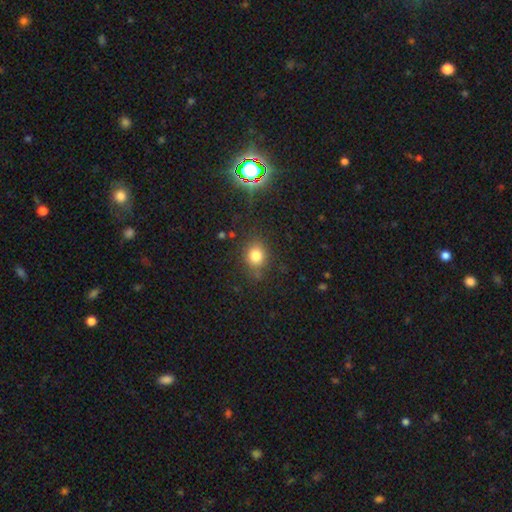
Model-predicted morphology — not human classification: A smooth galaxy with no disk features (78%) that is round (69%).

Vote fractions:
- Smooth or featured? smooth: 78% / star or artifact: 15% / featured or disk: 7%
- How rounded? round: 69% / in between: 30% / cigar-shaped: 1%
- Merging? none: 79% / minor disturbance: 14% / major disturbance: 5% / merger: 3%